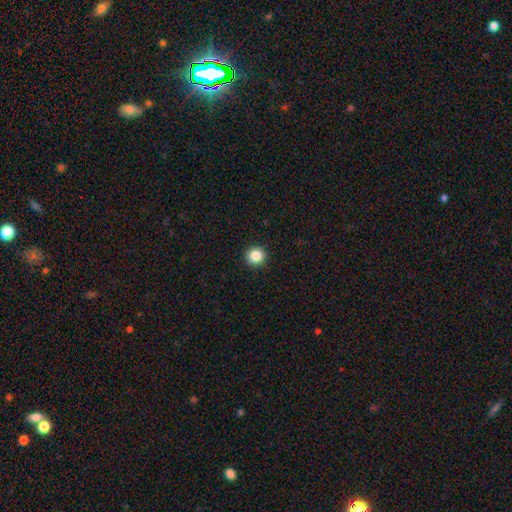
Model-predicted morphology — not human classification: Q: Smooth or featured?
A: smooth (85%); runner-up: star or artifact (10%)
Q: How rounded?
A: round (94%); runner-up: in between (5%)
Q: Merging?
A: none (93%); runner-up: minor disturbance (4%)